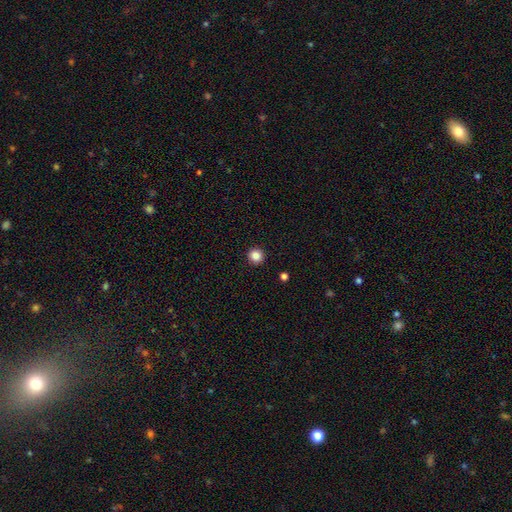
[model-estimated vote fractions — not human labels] smooth_or_featured: smooth (p=0.85) [alt: star or artifact p=0.11]
how_rounded: round (p=0.96) [alt: in between p=0.03]
merging: none (p=0.93) [alt: minor disturbance p=0.04]